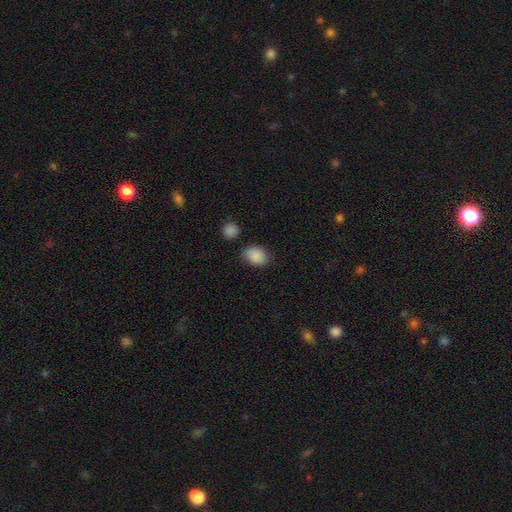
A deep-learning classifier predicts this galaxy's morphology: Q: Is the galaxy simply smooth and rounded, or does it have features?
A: smooth — 88%.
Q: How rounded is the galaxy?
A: in between — 73%.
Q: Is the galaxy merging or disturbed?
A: none — 74%.